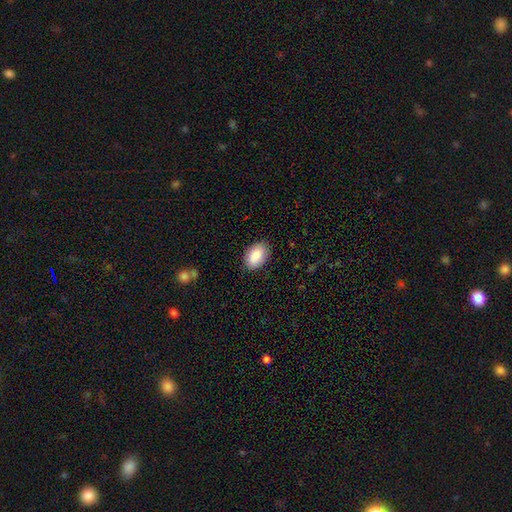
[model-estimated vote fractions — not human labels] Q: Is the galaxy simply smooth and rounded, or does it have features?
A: smooth — 87%.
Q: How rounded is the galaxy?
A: in between — 90%.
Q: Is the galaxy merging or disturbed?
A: none — 85%.